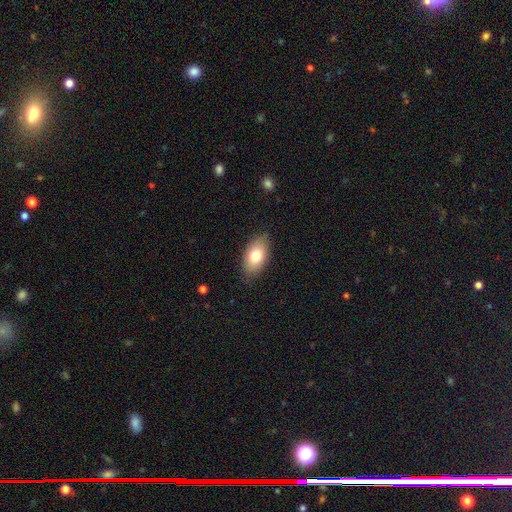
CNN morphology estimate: Q: Smooth or featured?
A: smooth (75%); runner-up: featured or disk (17%)
Q: How rounded?
A: in between (91%); runner-up: round (6%)
Q: Merging?
A: none (81%); runner-up: minor disturbance (15%)